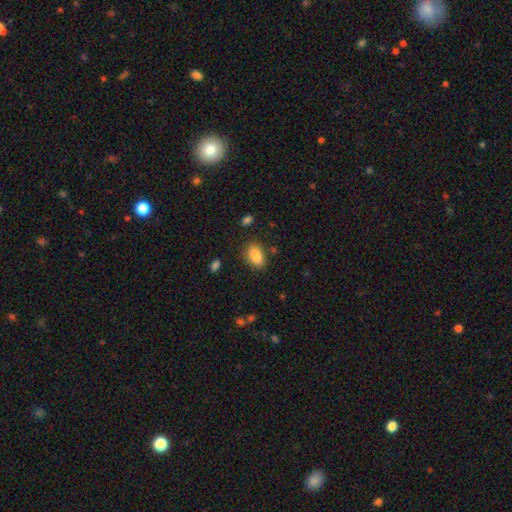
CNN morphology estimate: A smooth galaxy with no disk features (87%) that is in between round and cigar-shaped (90%). Merging: none (80%).